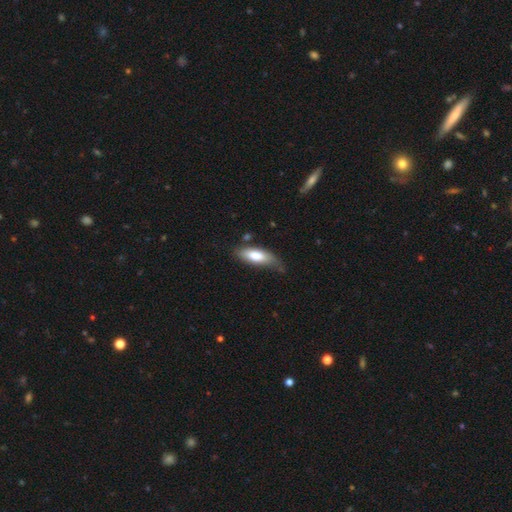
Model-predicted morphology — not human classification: smooth 73%, featured or disk 21%, star or artifact 6%. Down the decision tree: how rounded — in between (68%); merging — none (54%).